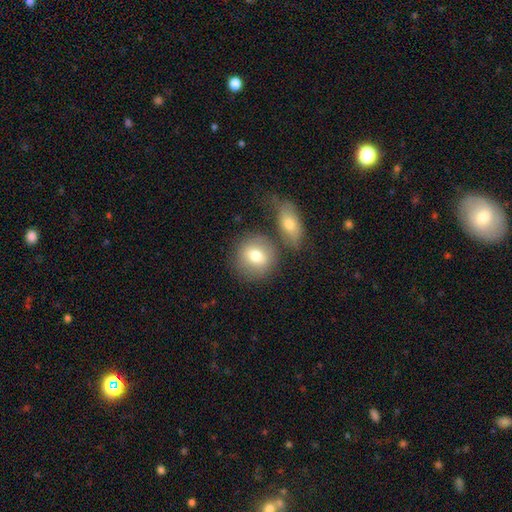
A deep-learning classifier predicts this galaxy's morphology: smooth 74%, featured or disk 17%, star or artifact 8%. Down the decision tree: how rounded — round (80%); merging — none (64%).